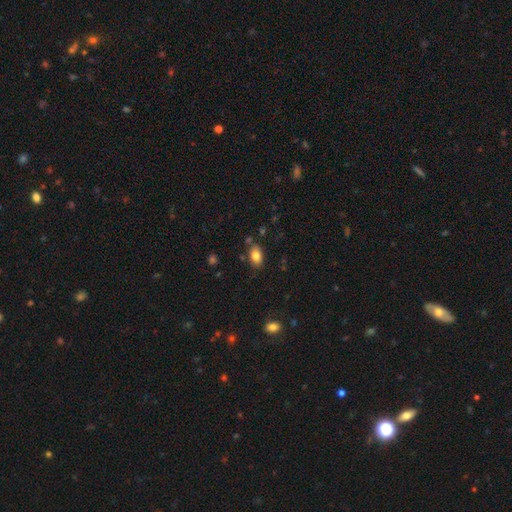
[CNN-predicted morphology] smooth-or-featured: smooth: 83% | star or artifact: 9% | featured or disk: 8%
  how-rounded: in between: 88% | round: 10% | cigar-shaped: 2%
  merging: none: 78% | minor disturbance: 14% | merger: 5% | major disturbance: 3%